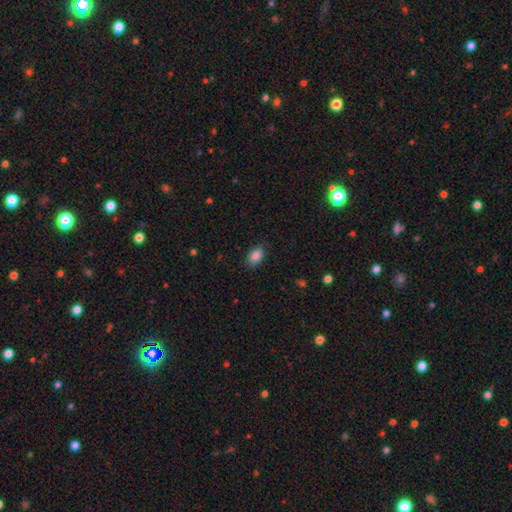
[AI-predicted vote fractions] Overall: smooth (87%). How rounded: in between (88%). Merging: none (82%).